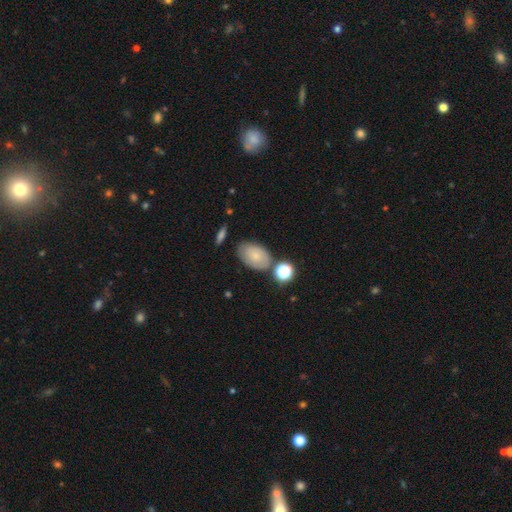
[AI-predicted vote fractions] This appears to be a smooth galaxy with no disk features (70%) that is in between round and cigar-shaped (88%). Merging: none (67%).